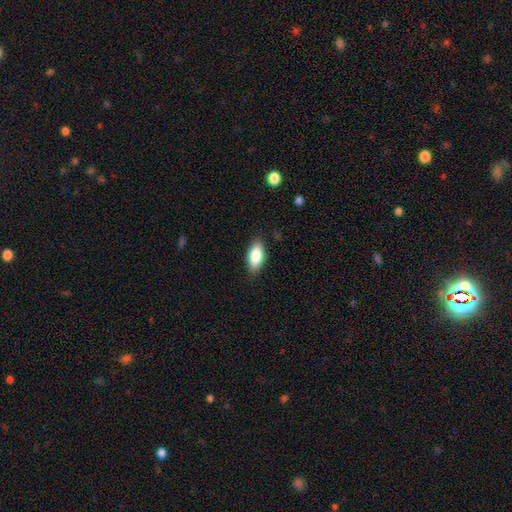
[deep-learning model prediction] Smooth or featured? Predicted: smooth (p=0.82). How rounded? Predicted: in between (p=0.85). Merging? Predicted: none (p=0.85).